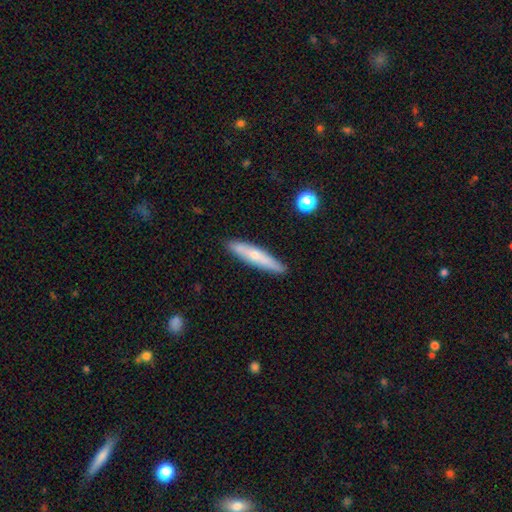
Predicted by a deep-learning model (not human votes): The model was most divided on "smooth or featured": smooth: 58%, featured or disk: 35%, star or artifact: 6%. More confident: how rounded — cigar-shaped (89%); merging — none (88%).